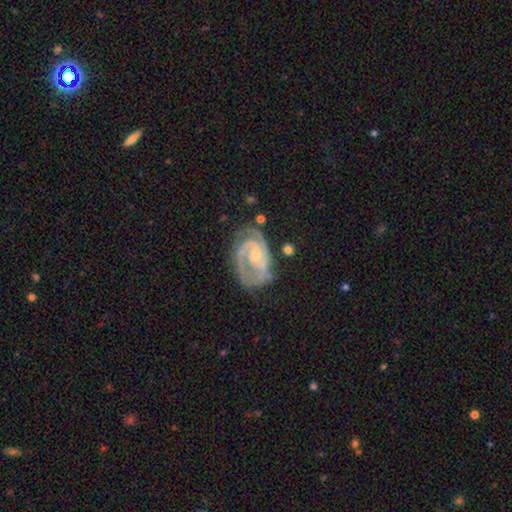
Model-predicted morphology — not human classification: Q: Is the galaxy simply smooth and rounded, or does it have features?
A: featured or disk — 90%.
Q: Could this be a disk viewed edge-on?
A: no — 98%.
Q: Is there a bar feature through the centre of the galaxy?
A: no — 61%.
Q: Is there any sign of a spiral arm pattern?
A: yes — 97%.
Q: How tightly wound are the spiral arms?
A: tight — 56%.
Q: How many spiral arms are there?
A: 2 — 72%.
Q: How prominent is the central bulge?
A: small — 58%.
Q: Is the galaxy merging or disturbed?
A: none — 61%.